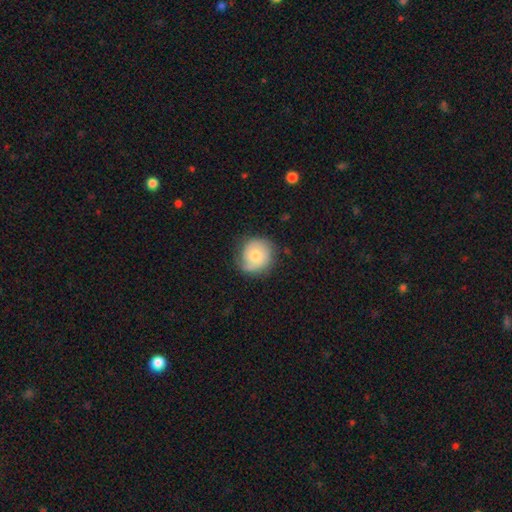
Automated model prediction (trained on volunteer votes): Smooth or featured? smooth (53%)
How rounded? round (86%)
Merging? none (70%)